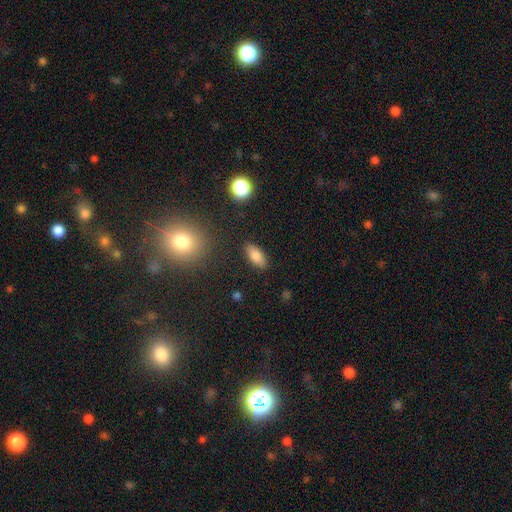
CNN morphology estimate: Smooth or featured?
  - smooth: 82% *
  - star or artifact: 9%
  - featured or disk: 9%
How rounded?
  - in between: 88% *
  - cigar-shaped: 9%
  - round: 3%
Merging?
  - none: 87% *
  - minor disturbance: 9%
  - major disturbance: 3%
  - merger: 2%